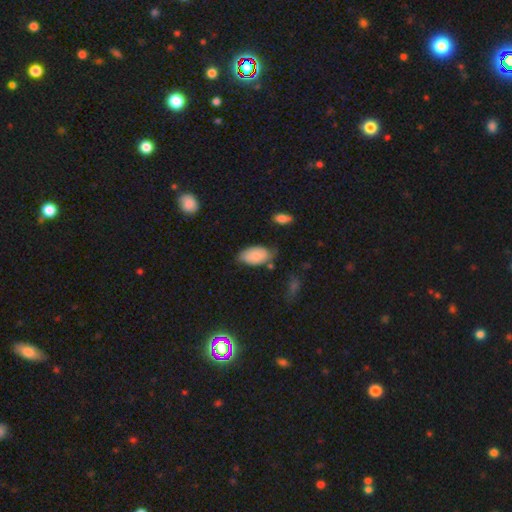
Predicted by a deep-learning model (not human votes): Smooth or featured? smooth (79%)
How rounded? in between (94%)
Merging? none (56%)